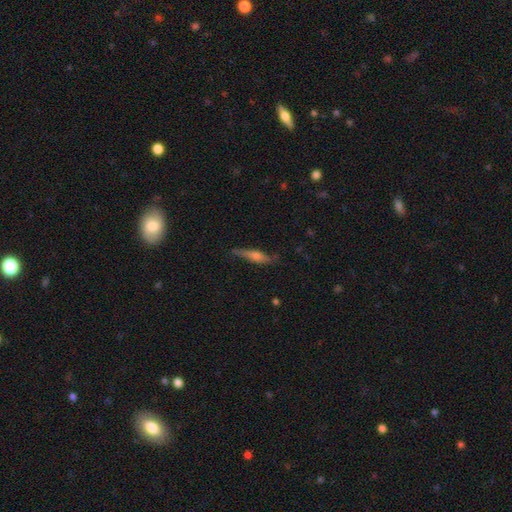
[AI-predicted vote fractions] featured or disk 56%, smooth 36%, star or artifact 8%. Down the decision tree: edge-on disk — yes (88%); merging — none (73%).